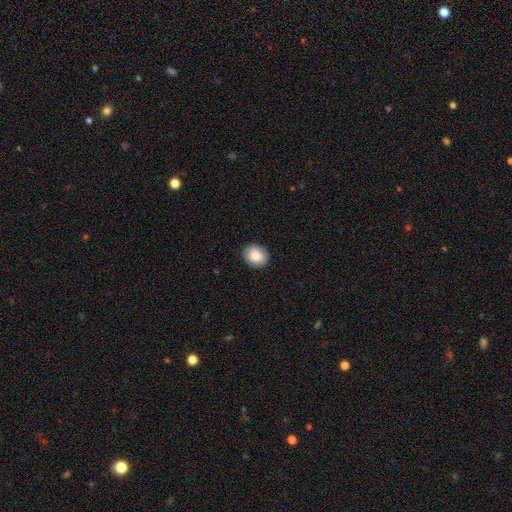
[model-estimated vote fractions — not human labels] Smooth or featured? smooth (86%)
How rounded? round (69%)
Merging? none (89%)